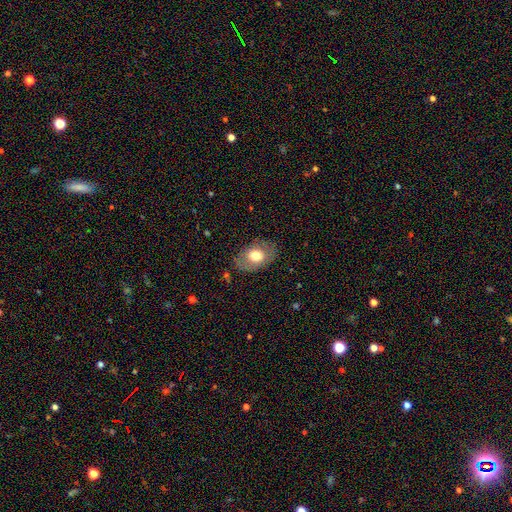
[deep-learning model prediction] This is likely a smooth galaxy (68%). How rounded: clearly in between (81%). Merging: likely none (79%).